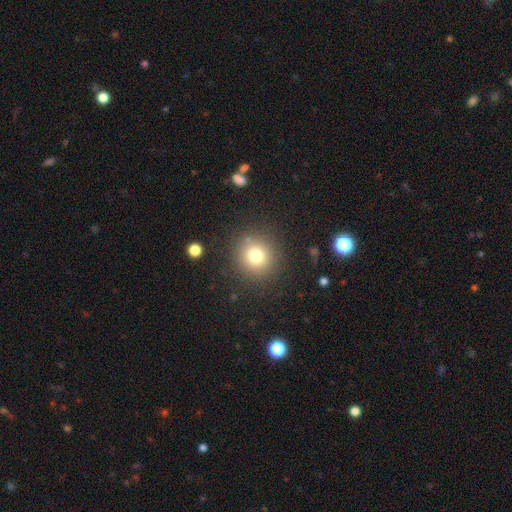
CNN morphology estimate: This appears to be a smooth galaxy with no disk features (76%) that is round (92%). Merging: none (87%).